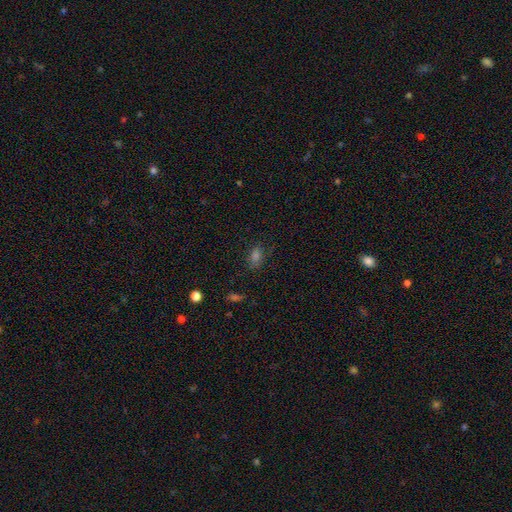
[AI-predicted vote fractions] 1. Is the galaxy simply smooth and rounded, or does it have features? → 68% smooth, 24% star or artifact, 8% featured or disk.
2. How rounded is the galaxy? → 80% in between, 17% round, 3% cigar-shaped.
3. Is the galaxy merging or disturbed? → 78% none, 15% minor disturbance, 5% major disturbance, 2% merger.